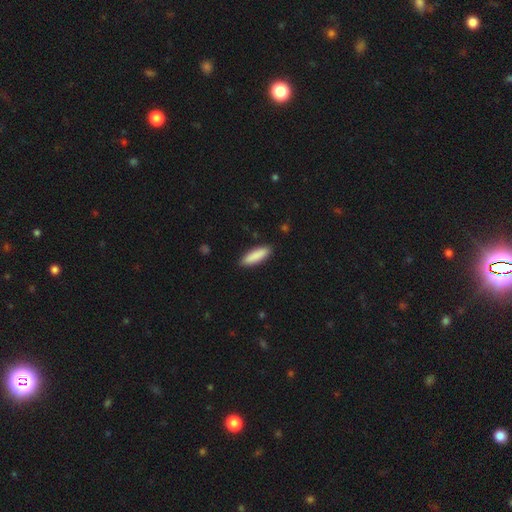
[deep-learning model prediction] Morphology: type=smooth (89%); roundness=cigar-shaped (58%); merging=none (90%).